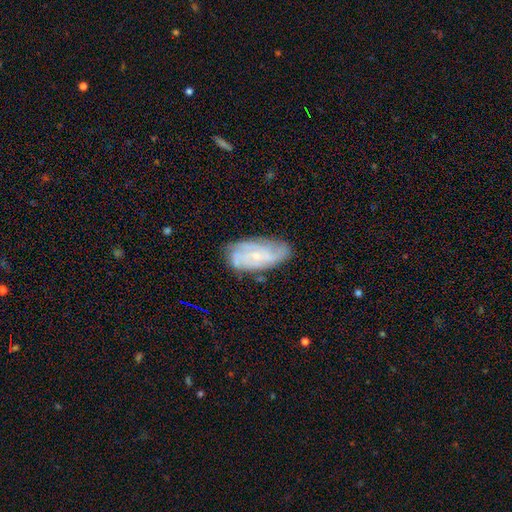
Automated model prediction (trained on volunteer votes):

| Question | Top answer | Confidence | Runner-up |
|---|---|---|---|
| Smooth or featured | featured or disk | 70% | smooth (22%) |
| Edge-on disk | no | 94% | yes (6%) |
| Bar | no | 68% | weak (27%) |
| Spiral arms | yes | 89% | no (11%) |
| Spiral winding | tight | 55% | medium (35%) |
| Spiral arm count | can't tell | 39% | 3 (20%) |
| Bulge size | small | 74% | moderate (18%) |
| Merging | none | 69% | minor disturbance (22%) |